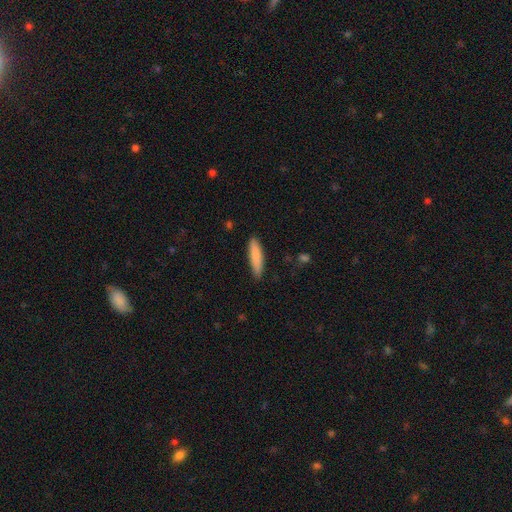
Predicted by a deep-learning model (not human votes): Smooth or featured? smooth (84%)
How rounded? cigar-shaped (78%)
Merging? none (86%)